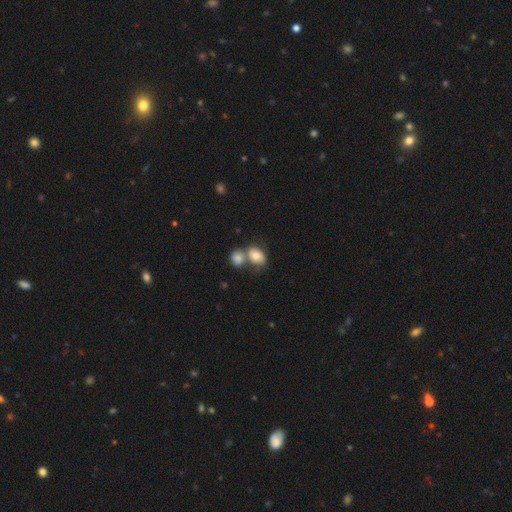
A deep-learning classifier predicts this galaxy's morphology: This is likely a smooth galaxy (77%). How rounded: likely in between (65%). Merging: possibly merger (51%).